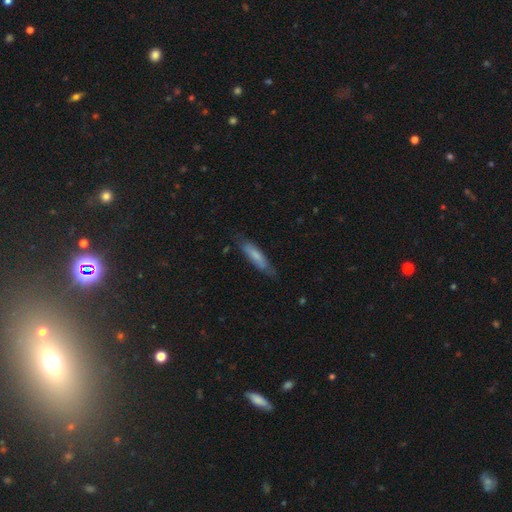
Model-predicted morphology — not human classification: smooth-or-featured: smooth: 70% | featured or disk: 24% | star or artifact: 6%
  how-rounded: cigar-shaped: 77% | in between: 22% | round: 1%
  merging: none: 72% | minor disturbance: 22% | major disturbance: 5% | merger: 2%